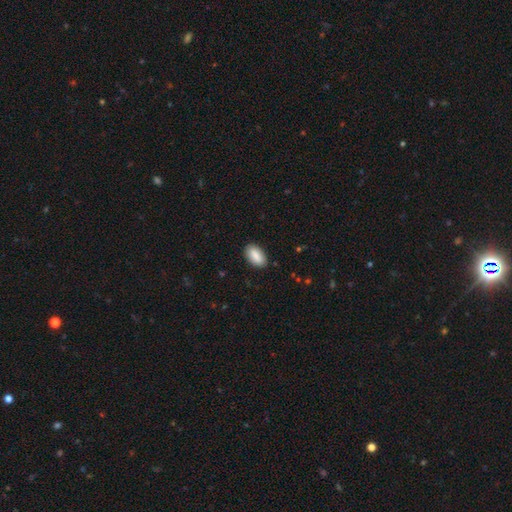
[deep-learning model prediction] The model was most divided on "merging": none: 87%, minor disturbance: 10%, major disturbance: 2%, merger: 1%. More confident: how rounded — in between (94%); smooth or featured — smooth (88%).